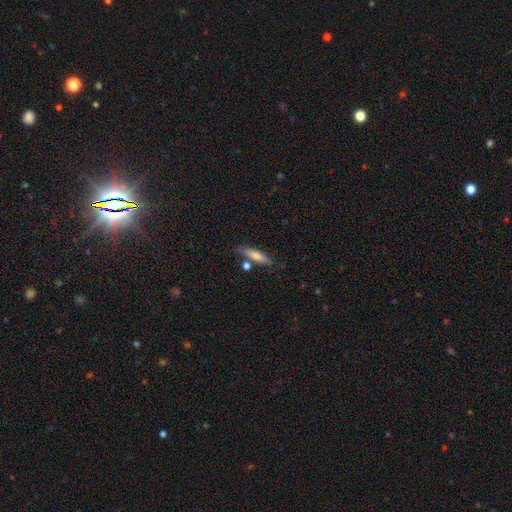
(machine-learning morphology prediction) smooth_or_featured: smooth (p=0.68) [alt: featured or disk p=0.25]
how_rounded: cigar-shaped (p=0.77) [alt: in between p=0.21]
merging: none (p=0.75) [alt: minor disturbance p=0.13]